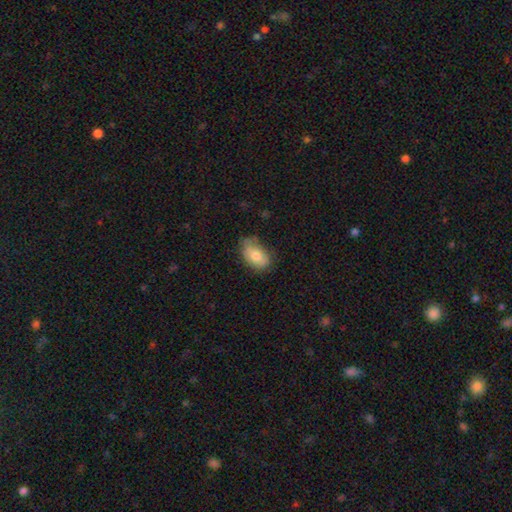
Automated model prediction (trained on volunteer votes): Q: Smooth or featured?
A: smooth (77%); runner-up: featured or disk (16%)
Q: How rounded?
A: in between (90%); runner-up: round (8%)
Q: Merging?
A: none (63%); runner-up: minor disturbance (29%)